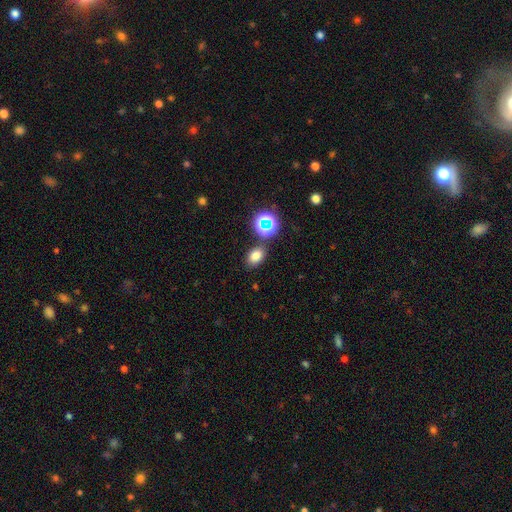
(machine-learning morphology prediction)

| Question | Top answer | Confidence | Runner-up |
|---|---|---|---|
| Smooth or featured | smooth | 74% | star or artifact (19%) |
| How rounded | in between | 76% | round (23%) |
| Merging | none | 78% | minor disturbance (11%) |